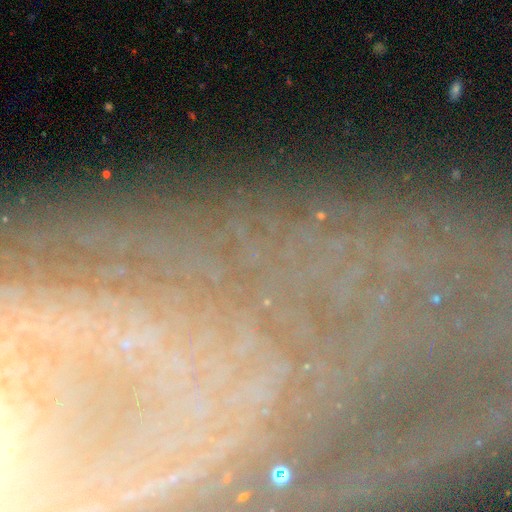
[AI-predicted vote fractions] A star or artifact, not a galaxy (50%).